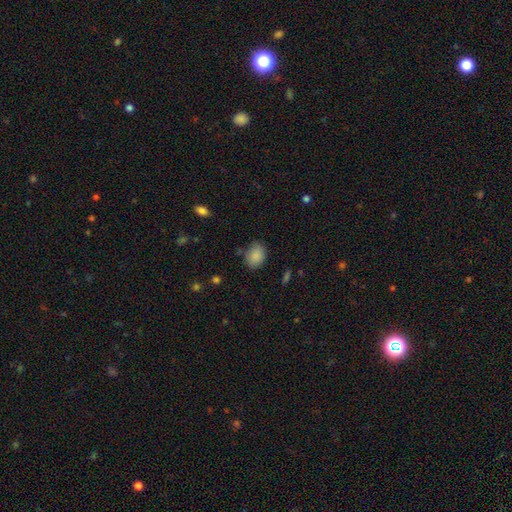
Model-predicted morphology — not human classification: This appears to be a smooth galaxy with no disk features (87%) that is in between round and cigar-shaped (68%). Merging: none (75%).